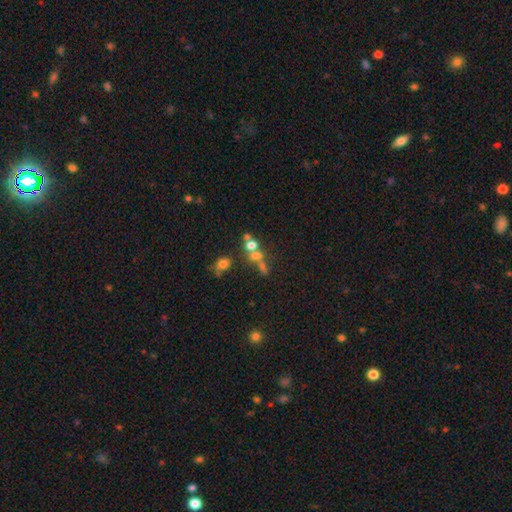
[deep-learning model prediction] Morphology: type=smooth (54%); roundness=round (58%); merging=merger (46%).